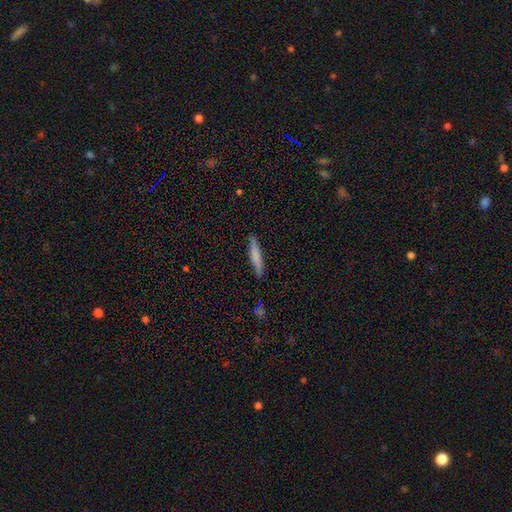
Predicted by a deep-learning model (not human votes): Smooth or featured? smooth (73%)
How rounded? cigar-shaped (92%)
Merging? none (88%)